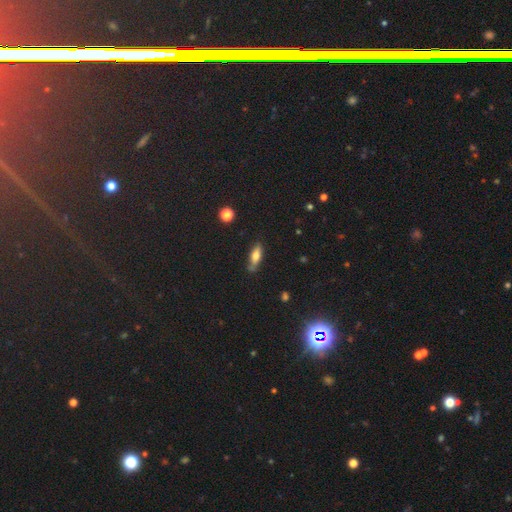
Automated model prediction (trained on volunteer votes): Morphology: type=smooth (66%); roundness=in between (58%); merging=none (71%).